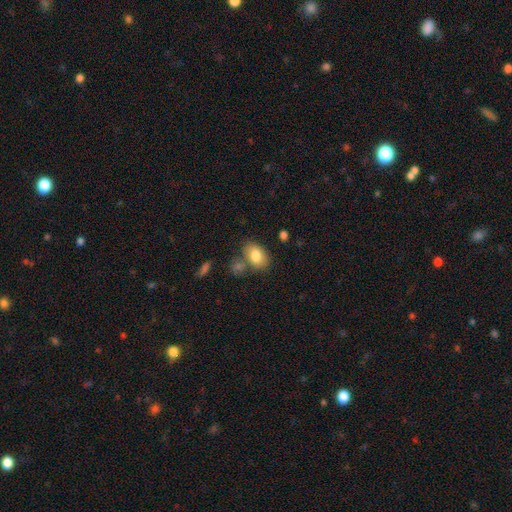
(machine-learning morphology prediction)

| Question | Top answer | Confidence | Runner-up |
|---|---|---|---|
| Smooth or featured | smooth | 81% | featured or disk (11%) |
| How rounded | in between | 84% | round (14%) |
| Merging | none | 63% | merger (16%) |